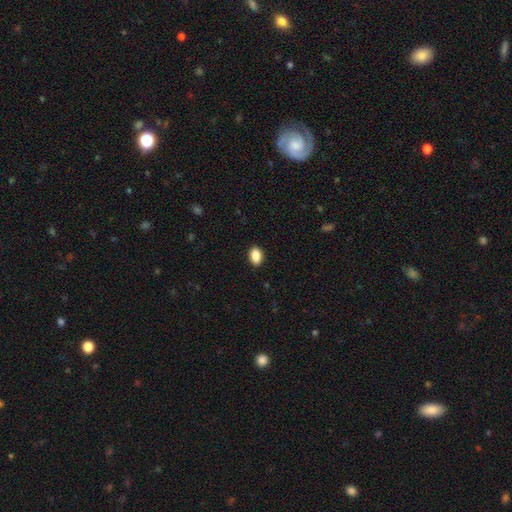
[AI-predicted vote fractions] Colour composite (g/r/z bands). It shows a smooth galaxy with no disk features (88%) that is in between round and cigar-shaped (88%). Merging: none (89%).